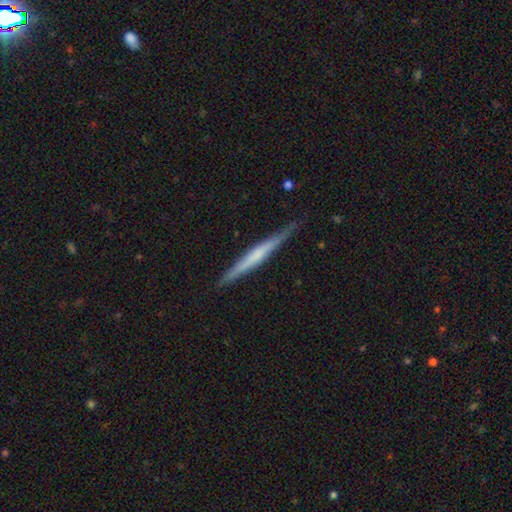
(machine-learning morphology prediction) featured or disk 58%, smooth 37%, star or artifact 6%. Down the decision tree: edge-on disk — yes (97%); edge-on bulge — none (63%); merging — none (88%).